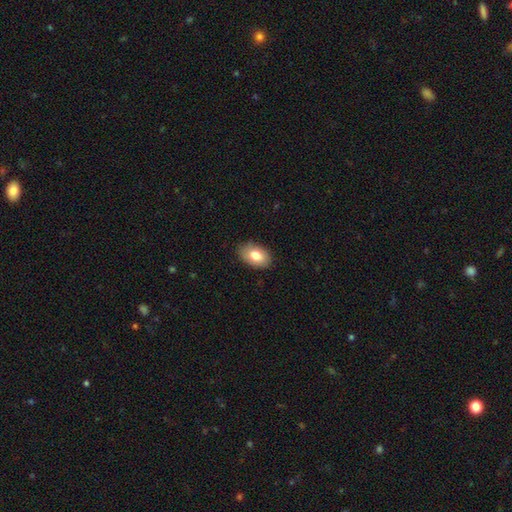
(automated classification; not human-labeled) Smooth or featured? smooth (80%)
How rounded? in between (89%)
Merging? none (85%)